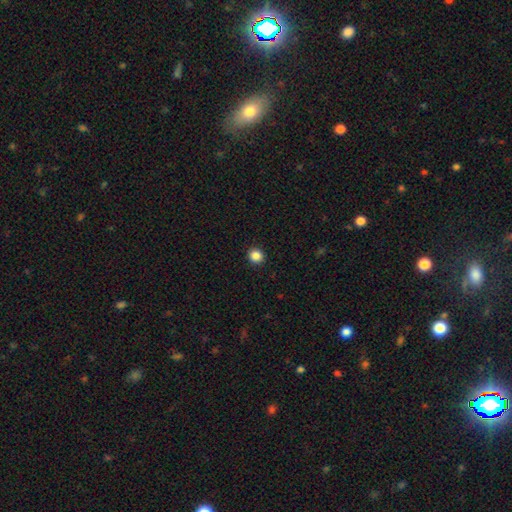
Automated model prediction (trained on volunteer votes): smooth-or-featured: smooth: 86% | star or artifact: 11% | featured or disk: 3%
  how-rounded: round: 90% | in between: 9% | cigar-shaped: 1%
  merging: none: 93% | minor disturbance: 5% | major disturbance: 2% | merger: 1%